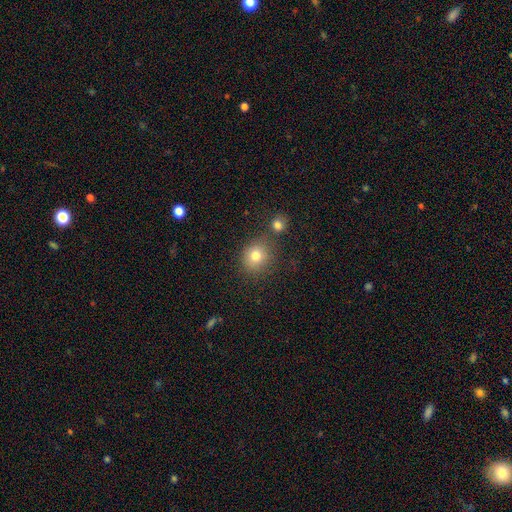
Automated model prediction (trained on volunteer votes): The model was most divided on "merging": none: 70%, merger: 14%, minor disturbance: 12%, major disturbance: 4%. More confident: how rounded — round (79%); smooth or featured — smooth (79%).